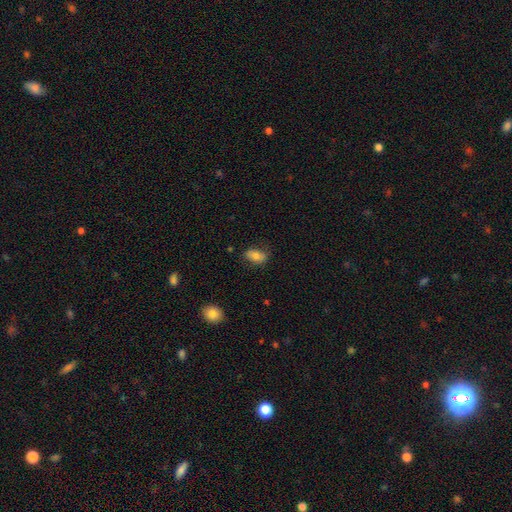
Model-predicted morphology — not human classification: smooth-or-featured: smooth: 79% | featured or disk: 13% | star or artifact: 8%
  how-rounded: in between: 88% | round: 9% | cigar-shaped: 3%
  merging: none: 73% | minor disturbance: 20% | major disturbance: 5% | merger: 2%